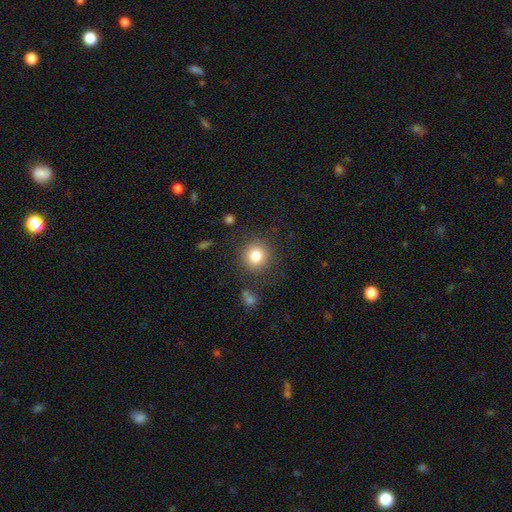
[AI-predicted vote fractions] Smooth or featured? smooth (81%)
How rounded? round (92%)
Merging? none (86%)